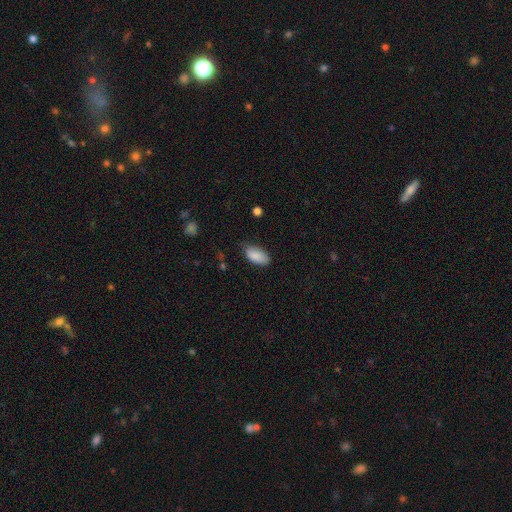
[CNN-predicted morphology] This is clearly a smooth galaxy (88%). How rounded: clearly in between (93%). Merging: likely none (72%).